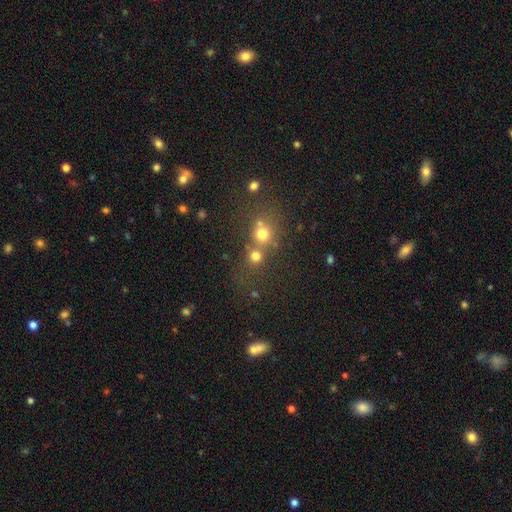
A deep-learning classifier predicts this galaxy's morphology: smooth 66%, star or artifact 22%, featured or disk 12%. Down the decision tree: how rounded — round (83%); merging — none (48%).